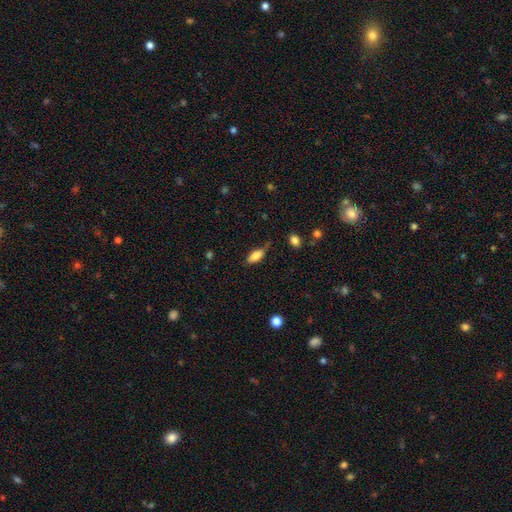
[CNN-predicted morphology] Smooth or featured? smooth (82%)
How rounded? in between (82%)
Merging? none (60%)